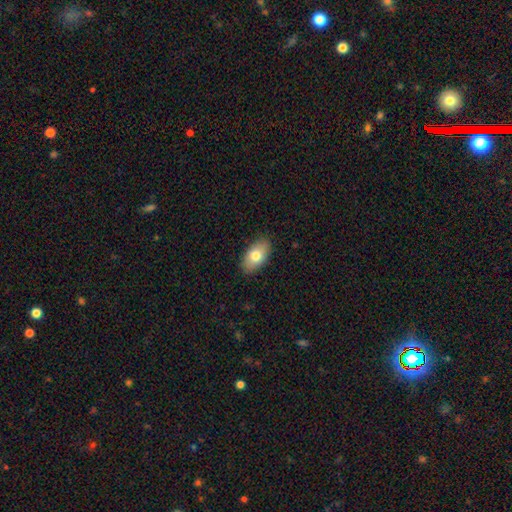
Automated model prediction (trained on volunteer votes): Morphology: type=smooth (76%); roundness=in between (93%); merging=none (87%).